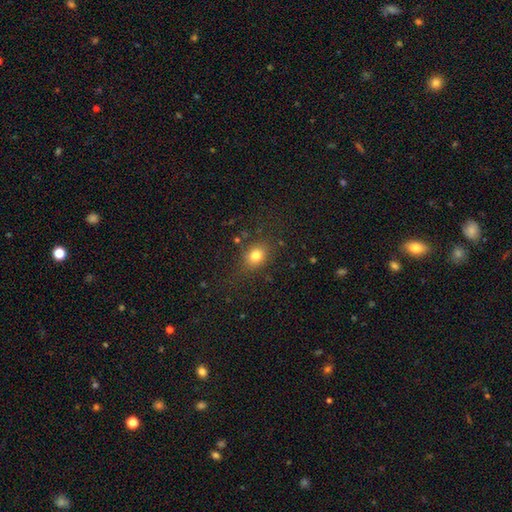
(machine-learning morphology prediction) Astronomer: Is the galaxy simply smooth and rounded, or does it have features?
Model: smooth — 79%.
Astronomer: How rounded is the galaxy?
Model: round — 54% (runner-up: in between, 44%).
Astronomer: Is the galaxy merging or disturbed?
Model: none — 78%.